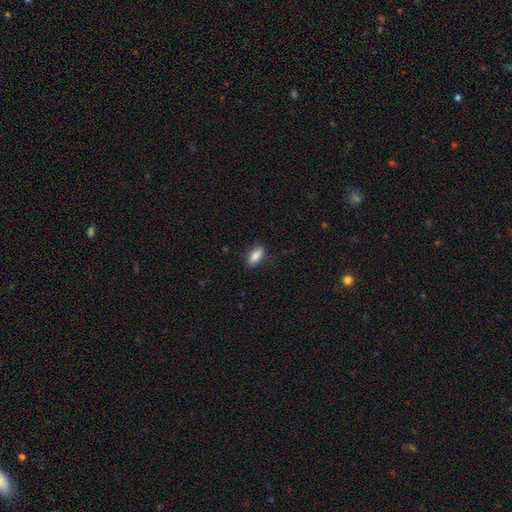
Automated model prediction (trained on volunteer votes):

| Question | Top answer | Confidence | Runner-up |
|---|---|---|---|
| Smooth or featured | smooth | 86% | star or artifact (7%) |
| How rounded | in between | 85% | cigar-shaped (12%) |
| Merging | none | 84% | minor disturbance (13%) |